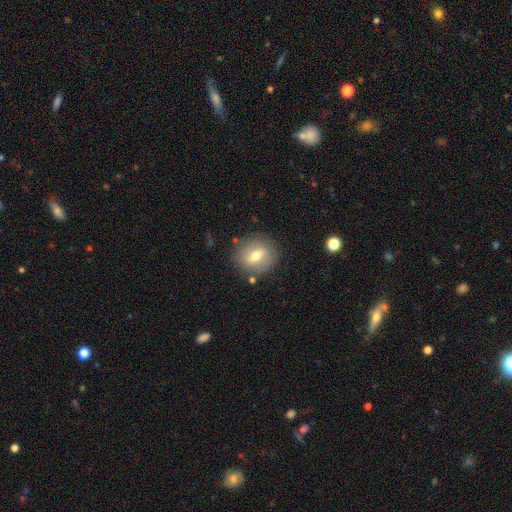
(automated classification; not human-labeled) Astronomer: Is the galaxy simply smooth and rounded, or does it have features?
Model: smooth — 60%.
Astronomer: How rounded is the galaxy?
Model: round — 69%.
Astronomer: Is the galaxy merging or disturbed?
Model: none — 82%.